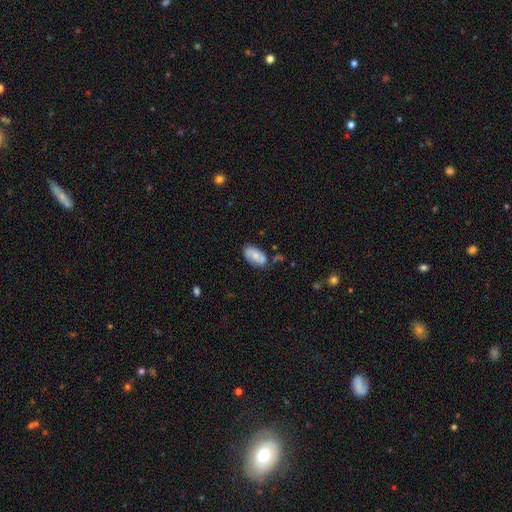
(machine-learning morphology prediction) Smooth or featured?
  - smooth: 66% *
  - featured or disk: 27%
  - star or artifact: 7%
How rounded?
  - in between: 94% *
  - round: 4%
  - cigar-shaped: 3%
Merging?
  - none: 70% *
  - minor disturbance: 21%
  - major disturbance: 5%
  - merger: 4%